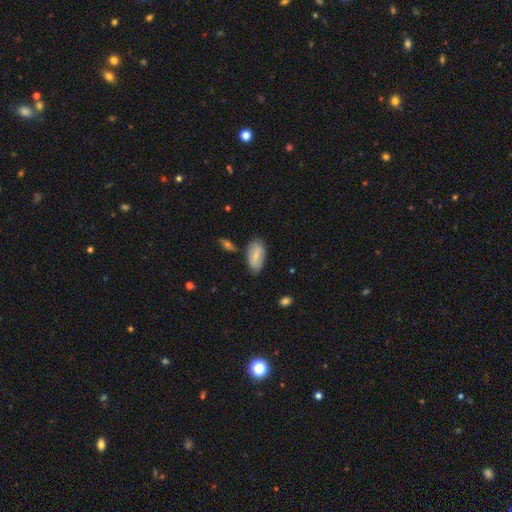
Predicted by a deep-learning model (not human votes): smooth 75%, featured or disk 19%, star or artifact 6%. Down the decision tree: how rounded — in between (94%); merging — none (72%).